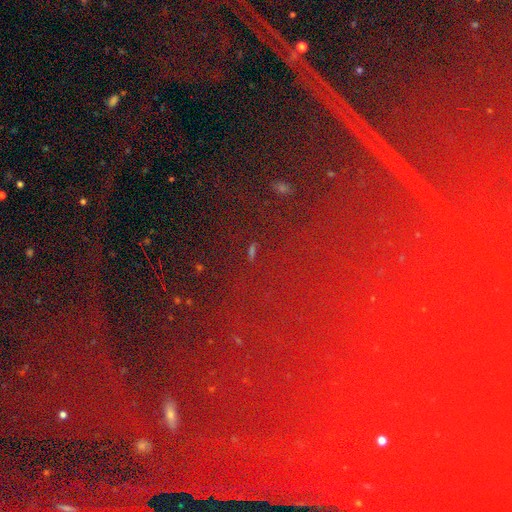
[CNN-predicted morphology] smooth-or-featured: star or artifact: 85% | smooth: 7% | featured or disk: 7%